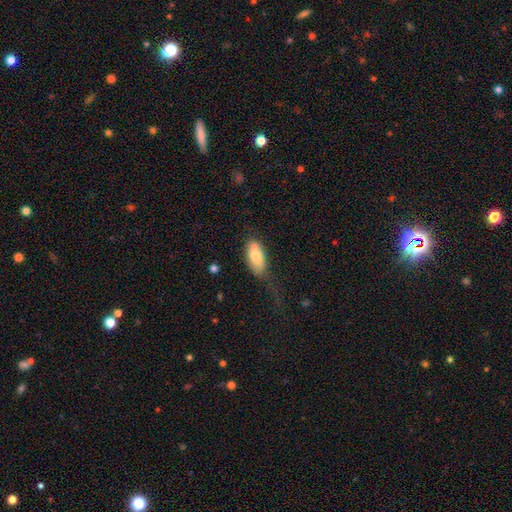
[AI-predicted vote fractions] Smooth or featured? smooth (74%)
How rounded? in between (89%)
Merging? none (49%)